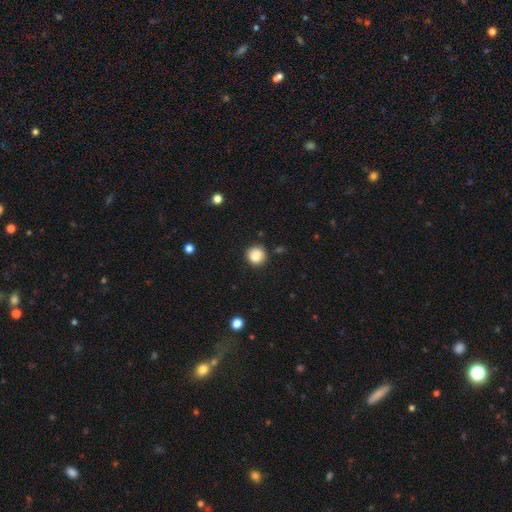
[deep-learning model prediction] Smooth or featured? Predicted: smooth (p=0.83). How rounded? Predicted: round (p=0.88). Merging? Predicted: none (p=0.76).